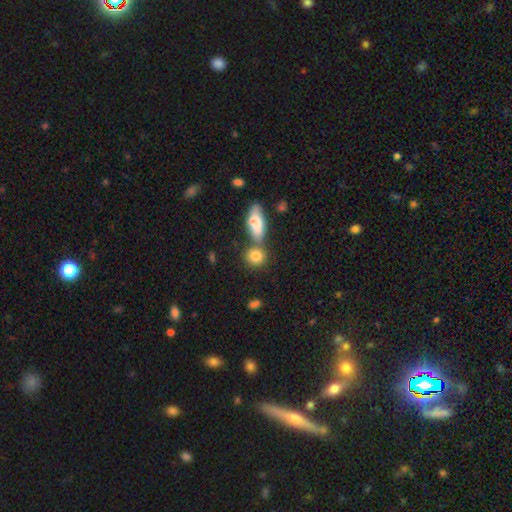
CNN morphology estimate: The model was most divided on "merging": none: 56%, merger: 29%, minor disturbance: 11%, major disturbance: 4%. More confident: smooth or featured — smooth (82%); how rounded — round (66%).